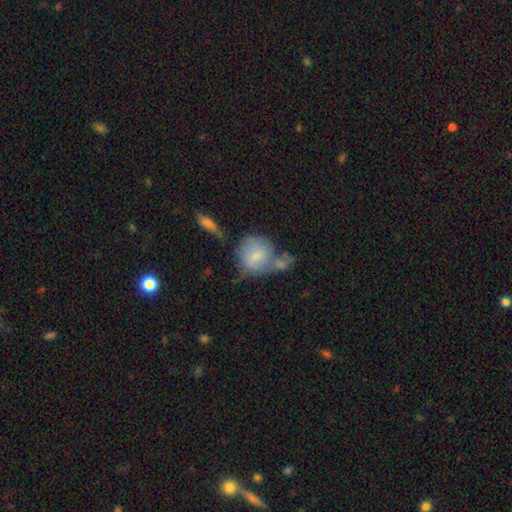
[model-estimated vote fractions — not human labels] smooth_or_featured: smooth (p=0.72) [alt: featured or disk p=0.22]
how_rounded: round (p=0.76) [alt: in between p=0.23]
merging: merger (p=0.43) [alt: none p=0.29]